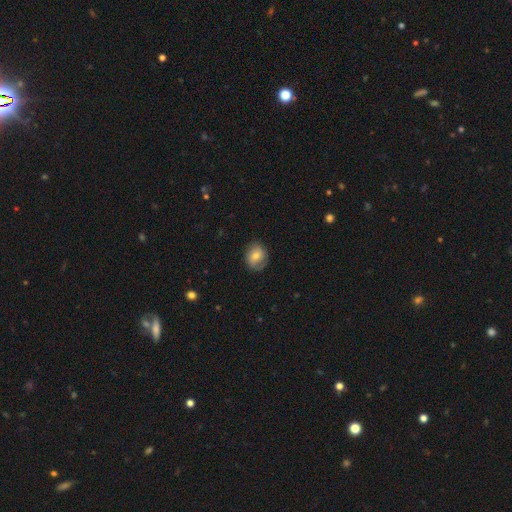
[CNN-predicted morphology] Smooth or featured?
  - smooth: 62% *
  - featured or disk: 29%
  - star or artifact: 9%
How rounded?
  - round: 60% *
  - in between: 39%
  - cigar-shaped: 1%
Merging?
  - none: 75% *
  - minor disturbance: 18%
  - major disturbance: 6%
  - merger: 1%